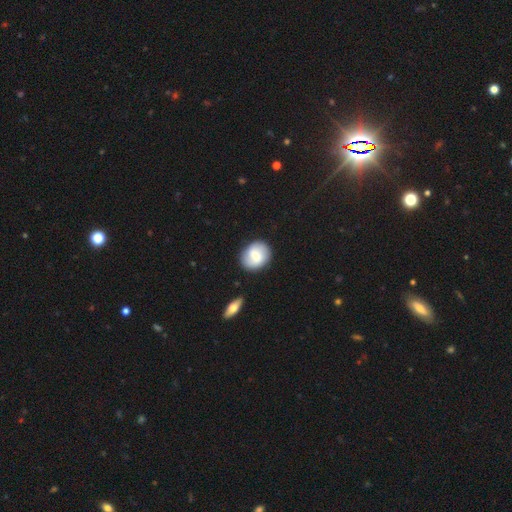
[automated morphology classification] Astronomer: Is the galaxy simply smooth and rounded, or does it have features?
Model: smooth — 61%.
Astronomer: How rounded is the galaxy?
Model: round — 71%.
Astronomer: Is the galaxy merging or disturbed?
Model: none — 83%.